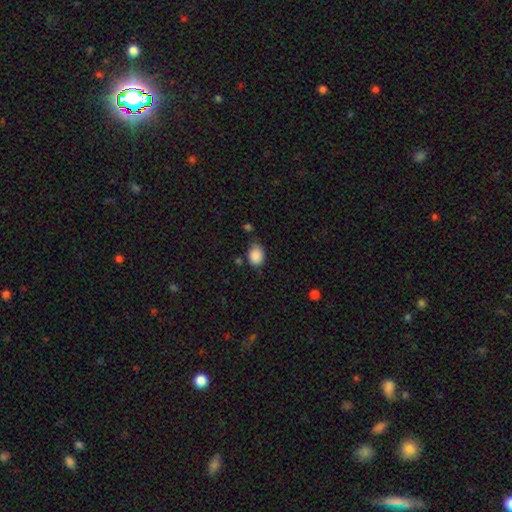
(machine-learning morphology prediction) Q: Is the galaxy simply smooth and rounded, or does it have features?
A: smooth — 88%.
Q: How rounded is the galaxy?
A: in between — 62%.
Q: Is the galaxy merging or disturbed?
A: none — 64%.